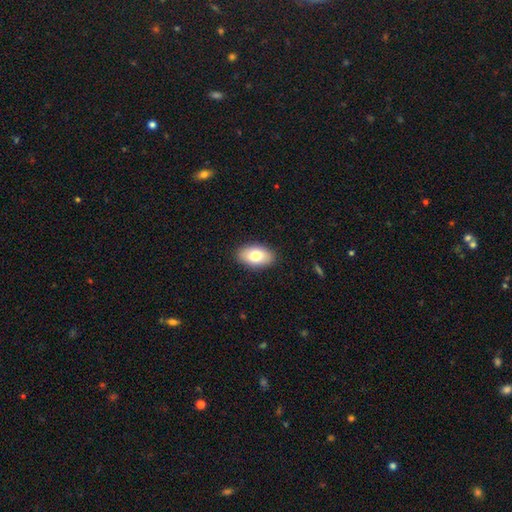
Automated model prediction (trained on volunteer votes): Smooth or featured? Predicted: smooth (p=0.78). How rounded? Predicted: in between (p=0.93). Merging? Predicted: none (p=0.89).